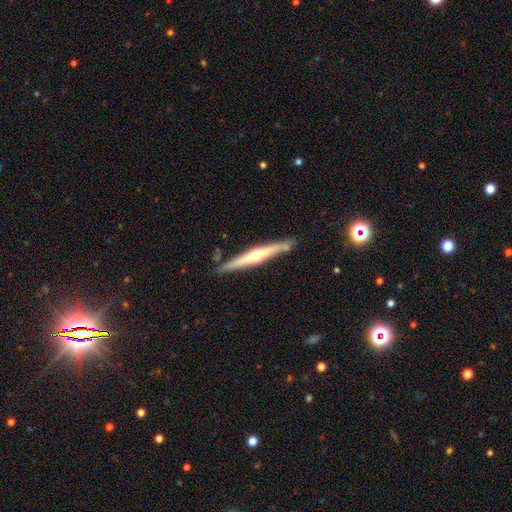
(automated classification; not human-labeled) smooth_or_featured: featured or disk (p=0.71) [alt: smooth p=0.24]
disk_edge_on: yes (p=0.97) [alt: no p=0.03]
edge_on_bulge: rounded (p=0.86) [alt: none p=0.11]
merging: none (p=0.86) [alt: minor disturbance p=0.10]